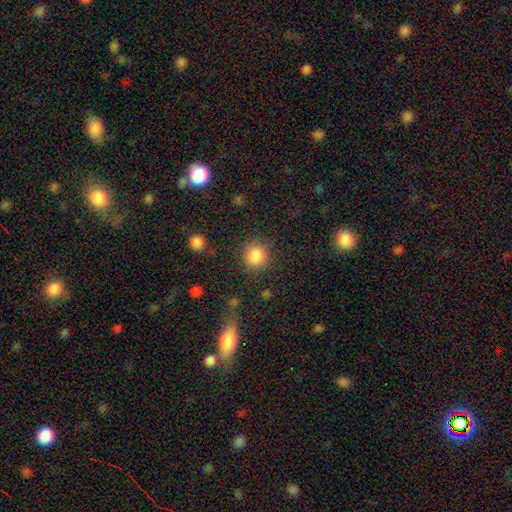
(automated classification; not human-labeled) Smooth or featured?
  - smooth: 86% *
  - star or artifact: 10%
  - featured or disk: 4%
How rounded?
  - round: 92% *
  - in between: 7%
  - cigar-shaped: 1%
Merging?
  - none: 85% *
  - minor disturbance: 9%
  - major disturbance: 4%
  - merger: 2%